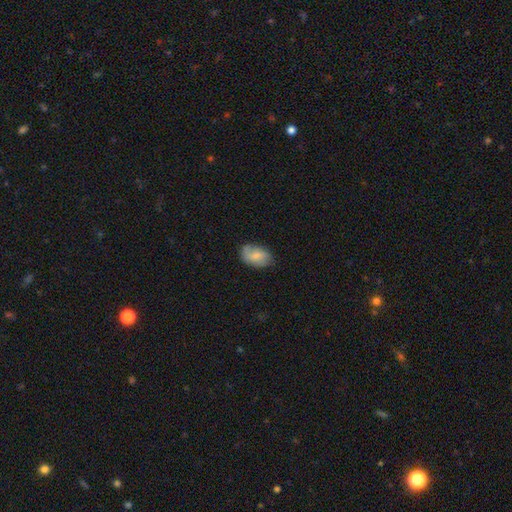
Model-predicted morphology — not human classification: The model was most divided on "merging": none: 65%, minor disturbance: 27%, major disturbance: 6%, merger: 1%. More confident: how rounded — in between (90%); smooth or featured — smooth (73%).